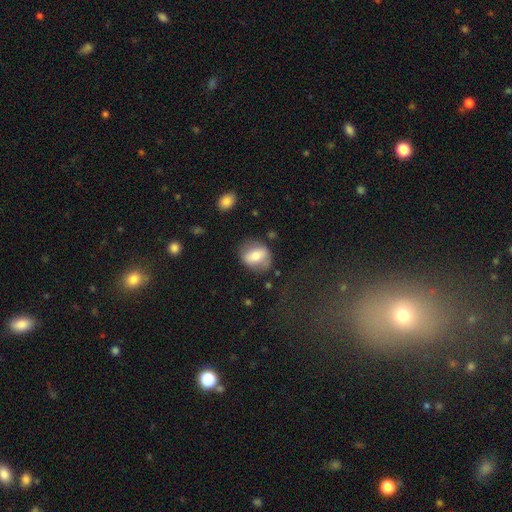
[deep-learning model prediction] Q: Smooth or featured?
A: smooth (57%); runner-up: featured or disk (35%)
Q: How rounded?
A: round (49%); runner-up: in between (48%)
Q: Merging?
A: none (73%); runner-up: minor disturbance (17%)